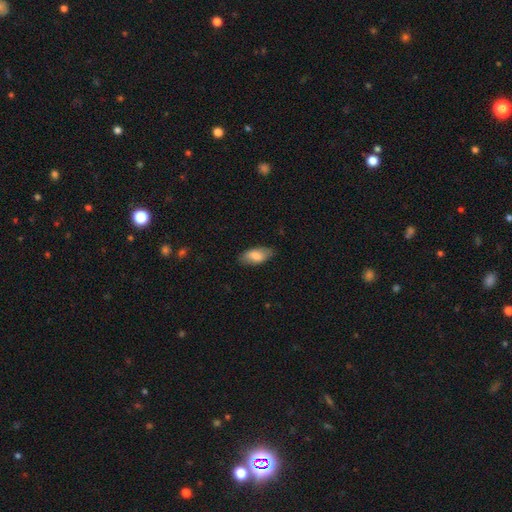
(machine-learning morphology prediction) Smooth or featured: smooth — 78% (featured or disk — 15%)
How rounded: in between — 89% (cigar-shaped — 8%)
Merging: none — 79% (minor disturbance — 16%)